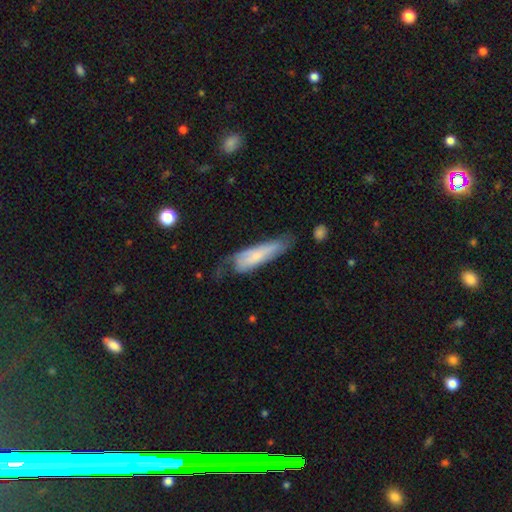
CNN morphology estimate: Smooth or featured? smooth (59%)
How rounded? cigar-shaped (56%)
Merging? none (38%)